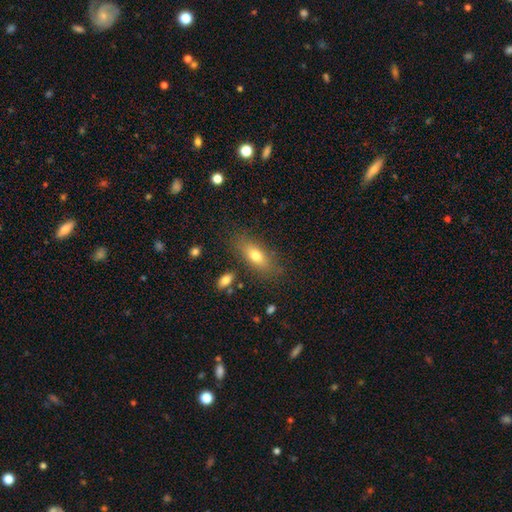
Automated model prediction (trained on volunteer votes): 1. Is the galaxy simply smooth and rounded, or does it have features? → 72% smooth, 19% featured or disk, 9% star or artifact.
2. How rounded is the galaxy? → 71% in between, 25% cigar-shaped, 5% round.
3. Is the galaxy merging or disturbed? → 79% none, 13% minor disturbance, 4% major disturbance, 3% merger.